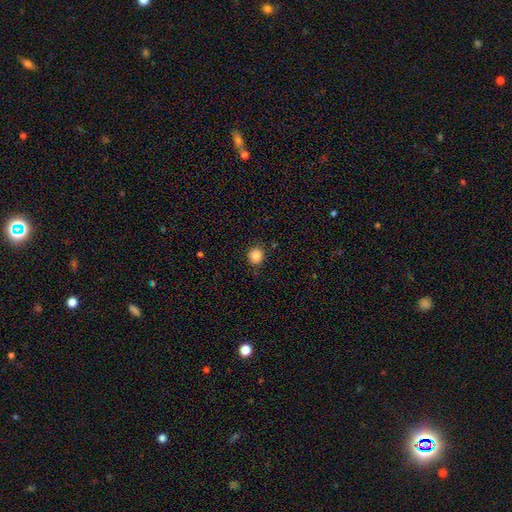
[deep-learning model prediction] The model was most divided on "how rounded": round: 86%, in between: 14%, cigar-shaped: 1%. More confident: merging — none (86%); smooth or featured — smooth (85%).